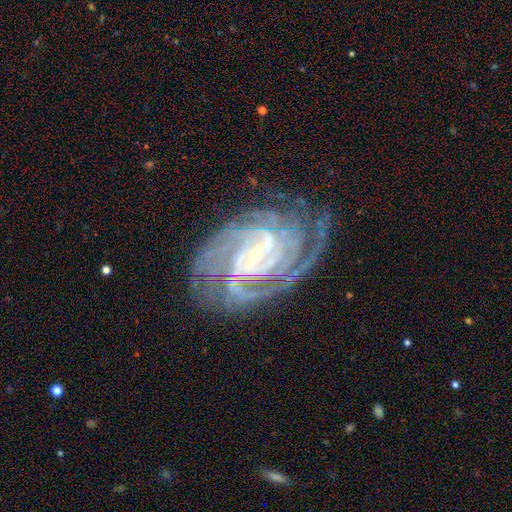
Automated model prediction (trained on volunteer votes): Morphology: type=featured or disk (92%); edge-on=no (97%); bar=weak (43%); spiral arms=yes (99%); winding=tight (70%); arm count=4 (29%); bulge=small (76%); merging=none (74%).